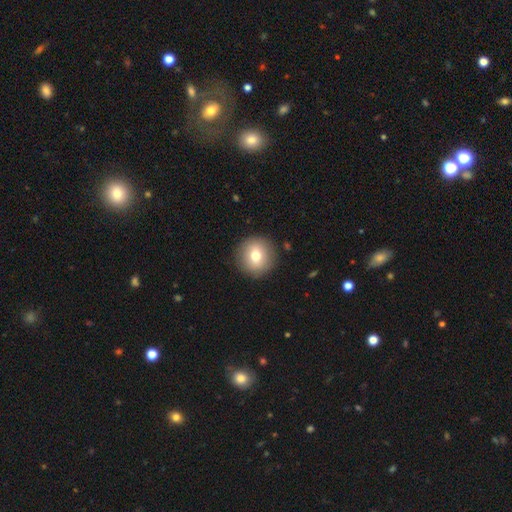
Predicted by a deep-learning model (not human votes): Overall: smooth (73%). How rounded: round (94%). Merging: none (90%).